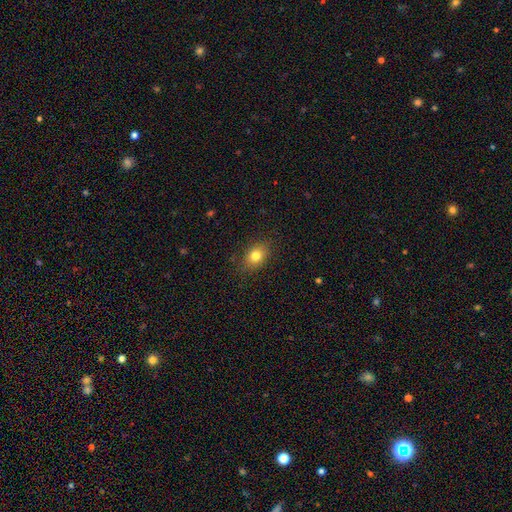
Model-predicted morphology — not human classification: This appears to be a smooth galaxy with no disk features (79%) that is in between round and cigar-shaped (71%). Merging: none (84%).